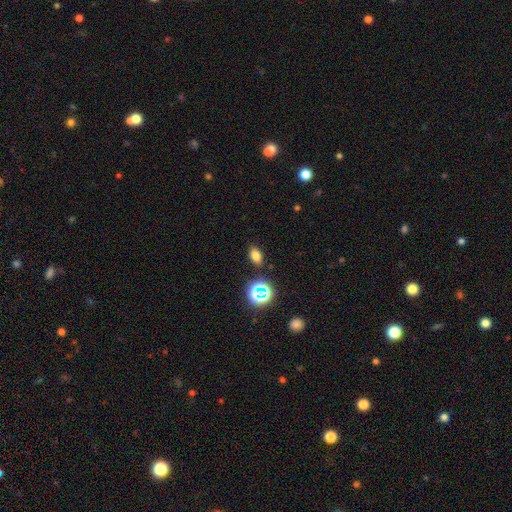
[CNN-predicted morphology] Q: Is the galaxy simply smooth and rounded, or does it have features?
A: smooth — 73%.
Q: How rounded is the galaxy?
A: in between — 82%.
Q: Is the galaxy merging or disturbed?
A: none — 86%.